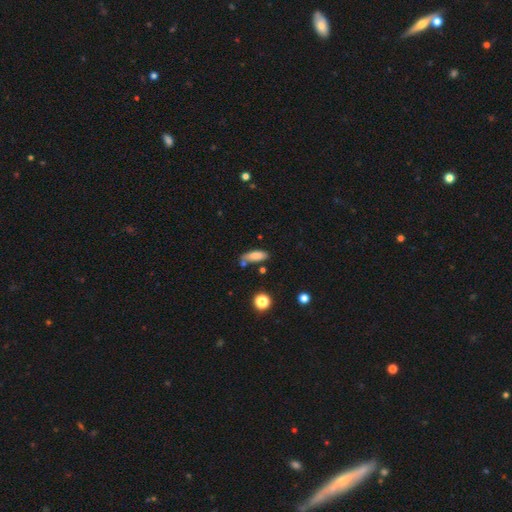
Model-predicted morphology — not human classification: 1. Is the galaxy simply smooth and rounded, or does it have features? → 80% smooth, 11% featured or disk, 9% star or artifact.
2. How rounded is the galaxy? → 64% in between, 33% cigar-shaped, 3% round.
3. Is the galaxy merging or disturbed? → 61% none, 22% minor disturbance, 11% merger, 6% major disturbance.